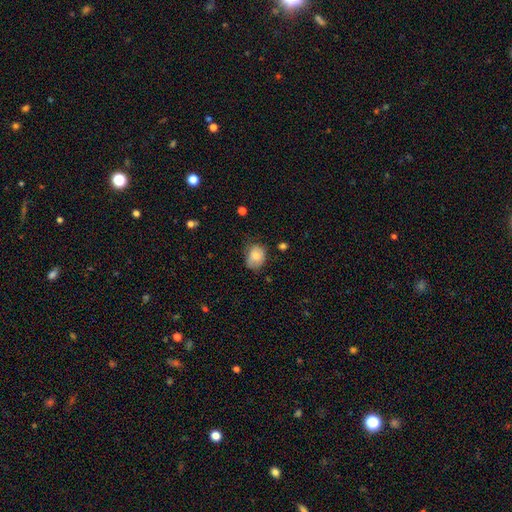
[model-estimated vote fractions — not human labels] Overall: smooth (80%). How rounded: in between (60%; round 40%). Merging: none (60%; minor disturbance 30%).